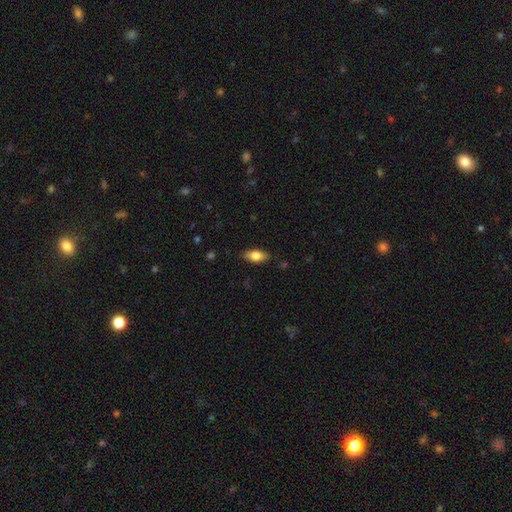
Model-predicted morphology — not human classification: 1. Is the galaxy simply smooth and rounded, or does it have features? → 78% smooth, 15% featured or disk, 7% star or artifact.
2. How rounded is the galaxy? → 87% in between, 10% cigar-shaped, 3% round.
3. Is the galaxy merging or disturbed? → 85% none, 12% minor disturbance, 2% major disturbance, 1% merger.